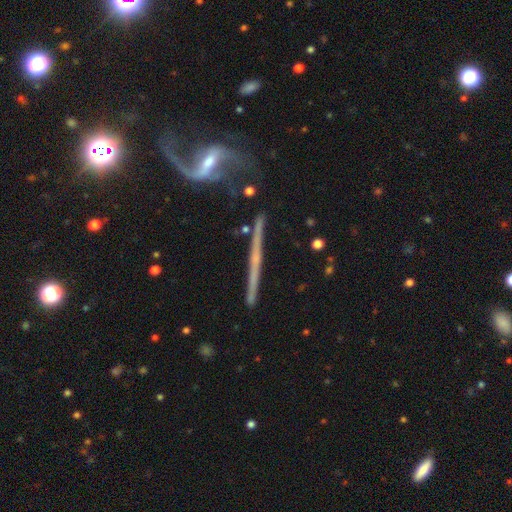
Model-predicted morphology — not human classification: Q: Smooth or featured?
A: featured or disk (77%); runner-up: smooth (15%)
Q: Edge-on disk?
A: yes (90%); runner-up: no (10%)
Q: Edge-on bulge?
A: none (63%); runner-up: rounded (29%)
Q: Merging?
A: none (75%); runner-up: minor disturbance (14%)